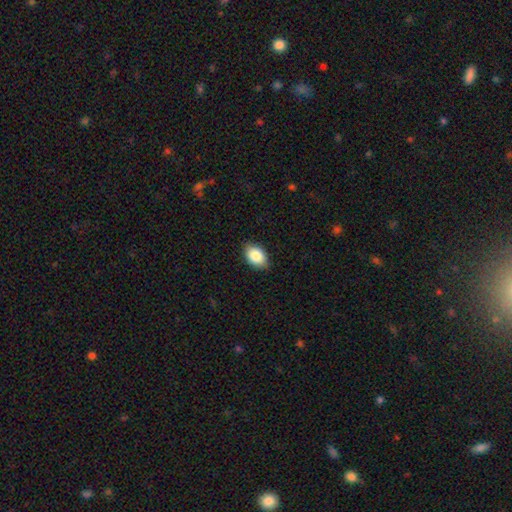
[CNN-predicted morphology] Overall: smooth (86%). How rounded: in between (88%). Merging: none (85%).